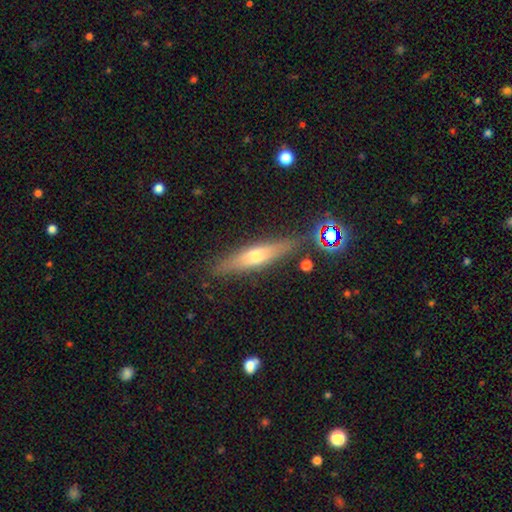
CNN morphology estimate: Smooth or featured?
  - featured or disk: 46% *
  - smooth: 44%
  - star or artifact: 9%
Merging?
  - none: 82% *
  - minor disturbance: 11%
  - merger: 3%
  - major disturbance: 3%